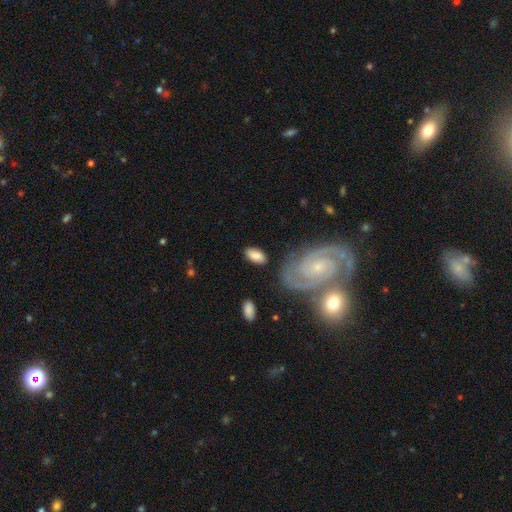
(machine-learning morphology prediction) A smooth galaxy with no disk features (79%) that is in between round and cigar-shaped (92%).

Vote fractions:
- Smooth or featured? smooth: 79% / featured or disk: 15% / star or artifact: 6%
- How rounded? in between: 92% / round: 4% / cigar-shaped: 4%
- Merging? none: 76% / minor disturbance: 14% / major disturbance: 5% / merger: 4%